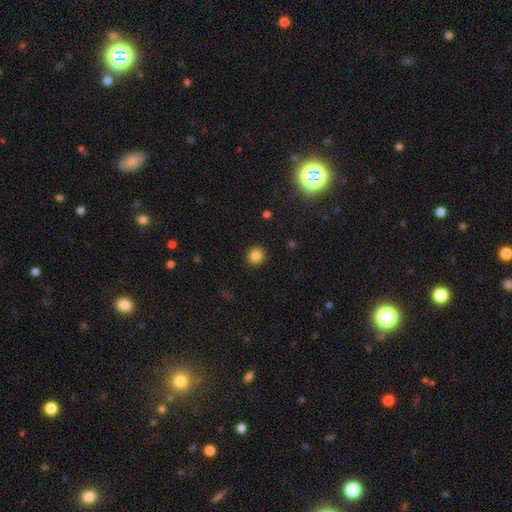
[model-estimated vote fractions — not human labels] Smooth or featured? Predicted: smooth (p=0.84). How rounded? Predicted: round (p=0.92). Merging? Predicted: none (p=0.92).